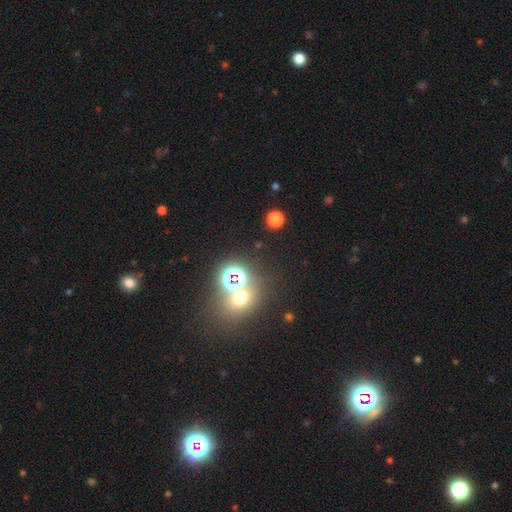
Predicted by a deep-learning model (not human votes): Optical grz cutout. It shows a star or artifact, not a galaxy (65%).